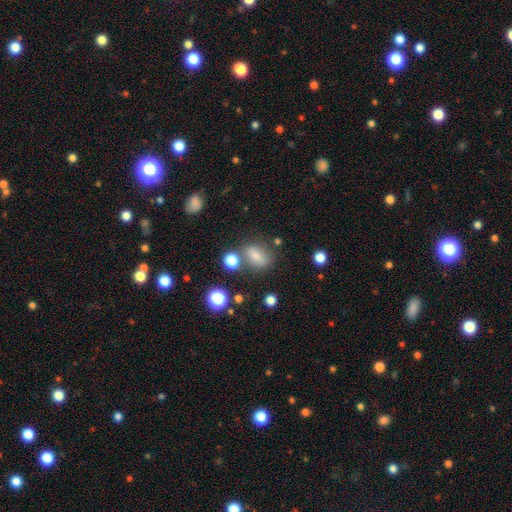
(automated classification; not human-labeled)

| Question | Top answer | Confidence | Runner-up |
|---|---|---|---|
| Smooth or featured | smooth | 75% | star or artifact (13%) |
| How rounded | in between | 72% | round (22%) |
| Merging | none | 62% | minor disturbance (17%) |